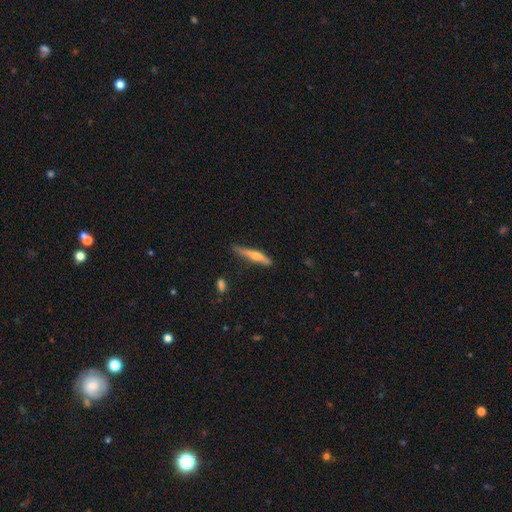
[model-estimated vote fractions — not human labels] This appears to be a featured or disk galaxy (48%). Merging: none (72%).